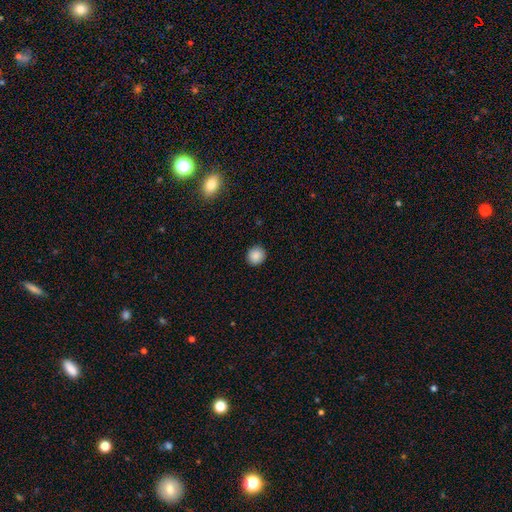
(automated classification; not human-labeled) This appears to be a smooth galaxy with no disk features (88%) that is round (90%). Merging: none (92%).